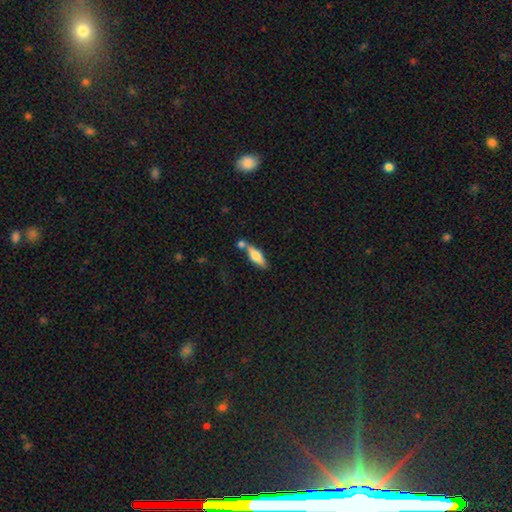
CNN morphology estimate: Smooth or featured? smooth (57%)
How rounded? cigar-shaped (50%)
Merging? none (57%)